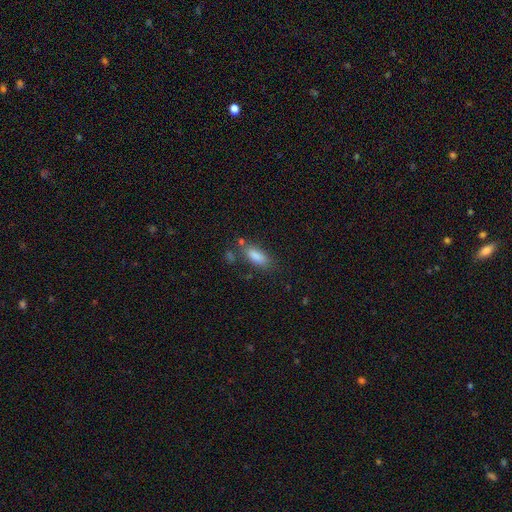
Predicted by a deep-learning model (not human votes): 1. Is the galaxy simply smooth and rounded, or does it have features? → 83% smooth, 9% star or artifact, 8% featured or disk.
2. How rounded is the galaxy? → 76% in between, 21% cigar-shaped, 3% round.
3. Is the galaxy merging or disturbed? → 65% none, 17% minor disturbance, 11% merger, 6% major disturbance.